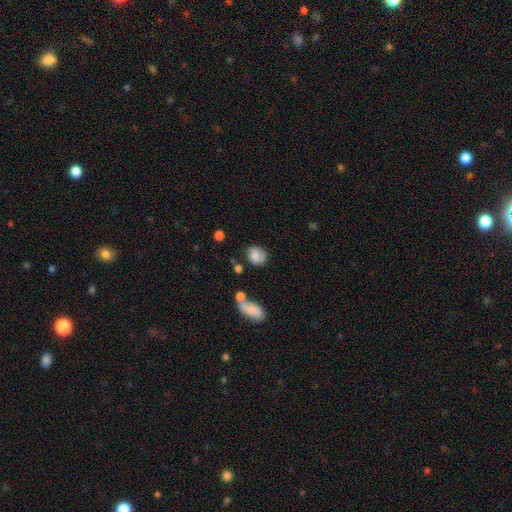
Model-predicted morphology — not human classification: smooth 69%, featured or disk 22%, star or artifact 9%. Down the decision tree: how rounded — round (56%); merging — none (57%).